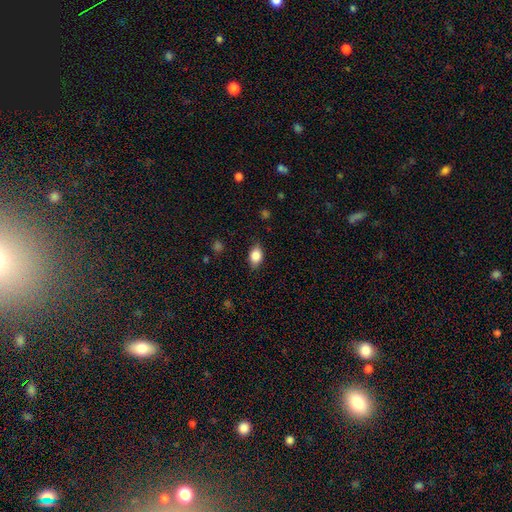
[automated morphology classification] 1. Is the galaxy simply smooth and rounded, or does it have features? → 85% smooth, 8% star or artifact, 7% featured or disk.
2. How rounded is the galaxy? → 81% in between, 17% round, 2% cigar-shaped.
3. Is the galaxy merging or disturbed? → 82% none, 14% minor disturbance, 3% major disturbance, 1% merger.